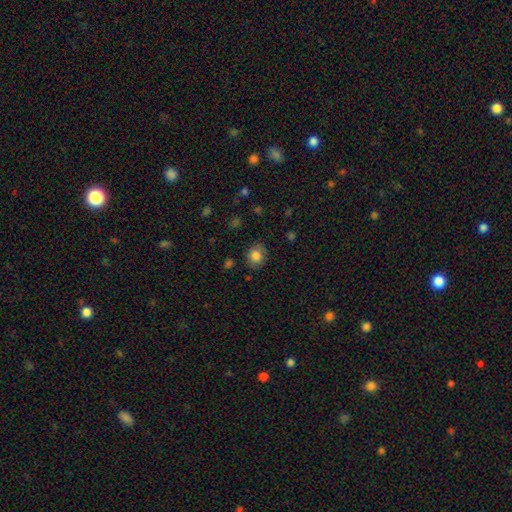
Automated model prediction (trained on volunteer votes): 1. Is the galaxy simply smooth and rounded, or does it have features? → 83% smooth, 9% star or artifact, 8% featured or disk.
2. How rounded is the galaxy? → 65% round, 34% in between, 1% cigar-shaped.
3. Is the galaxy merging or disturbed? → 83% none, 12% minor disturbance, 3% major disturbance, 1% merger.